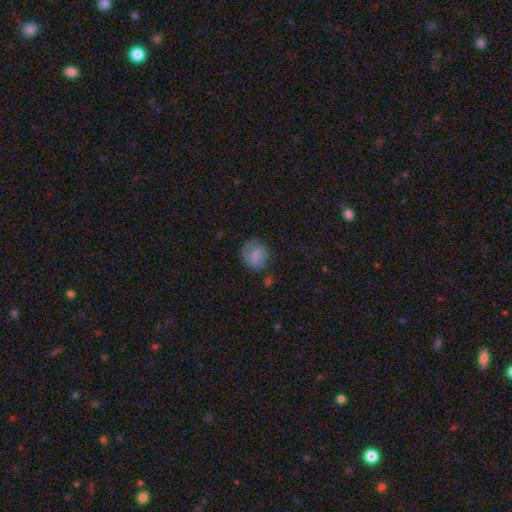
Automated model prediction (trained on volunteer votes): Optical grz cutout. It shows a smooth galaxy with no disk features (62%) that is round (76%). Merging: none (56%).